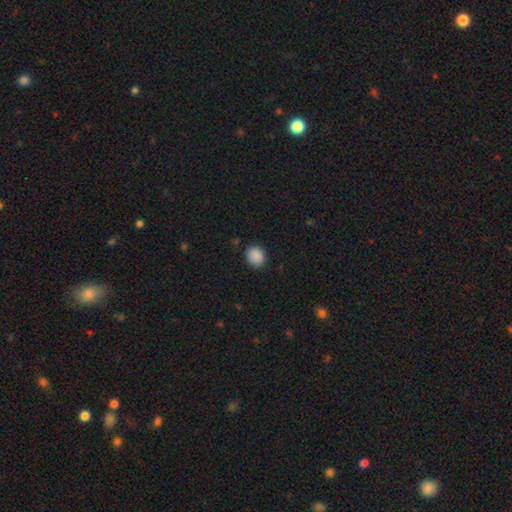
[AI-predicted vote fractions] smooth_or_featured: smooth (p=0.88) [alt: star or artifact p=0.08]
how_rounded: round (p=0.57) [alt: in between p=0.42]
merging: none (p=0.84) [alt: minor disturbance p=0.12]